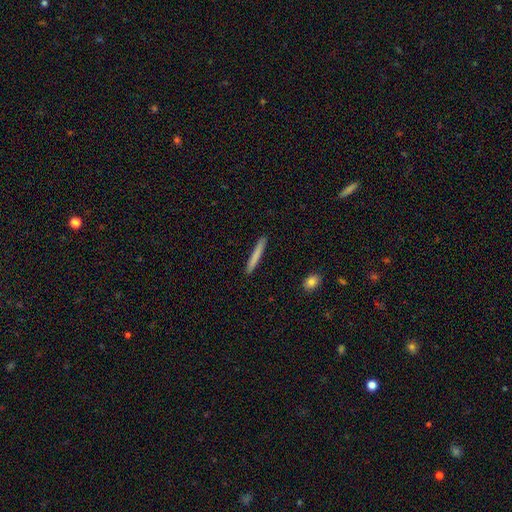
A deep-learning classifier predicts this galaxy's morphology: The model was most divided on "smooth or featured": smooth: 76%, featured or disk: 18%, star or artifact: 5%. More confident: how rounded — cigar-shaped (96%); merging — none (92%).